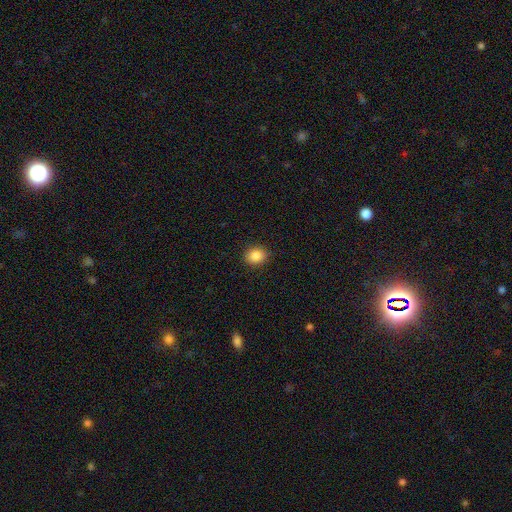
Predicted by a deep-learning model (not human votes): A smooth galaxy with no disk features (86%) that is round (63%).

Vote fractions:
- Smooth or featured? smooth: 86% / star or artifact: 10% / featured or disk: 5%
- How rounded? round: 63% / in between: 36% / cigar-shaped: 1%
- Merging? none: 90% / minor disturbance: 7% / major disturbance: 2% / merger: 1%